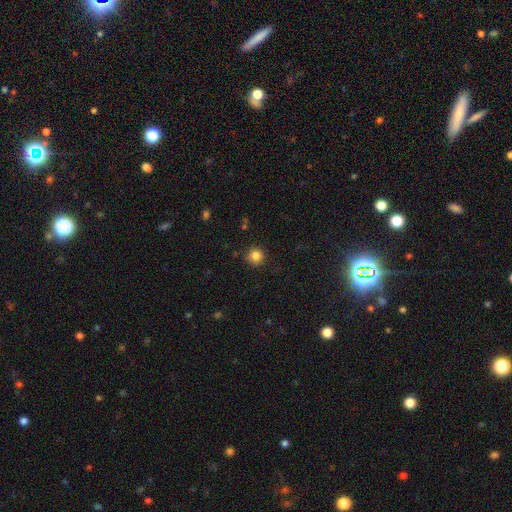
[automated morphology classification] This is clearly a smooth galaxy (84%). How rounded: clearly round (94%). Merging: clearly none (89%).